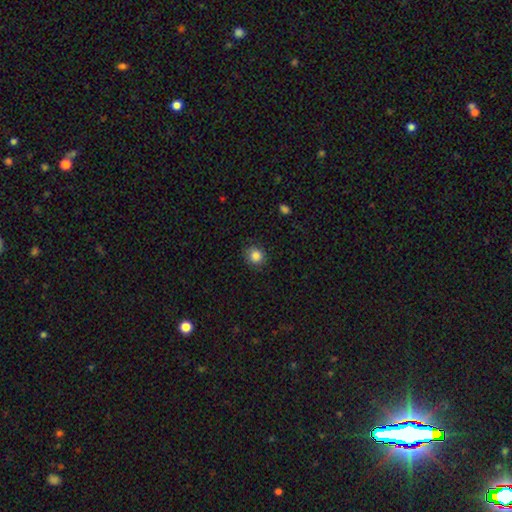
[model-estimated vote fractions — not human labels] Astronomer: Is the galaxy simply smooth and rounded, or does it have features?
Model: smooth — 86%.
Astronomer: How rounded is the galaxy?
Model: round — 85%.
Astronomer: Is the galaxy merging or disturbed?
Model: none — 85%.